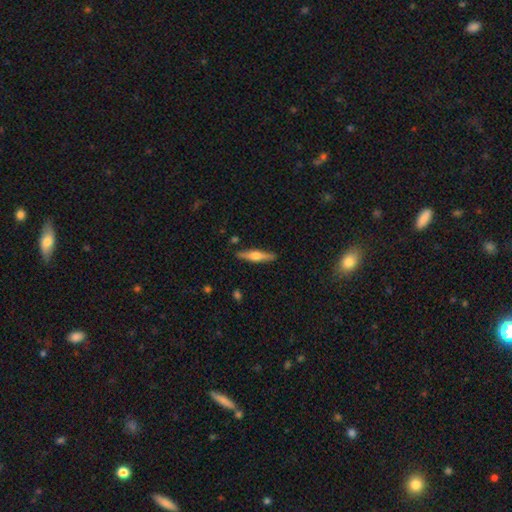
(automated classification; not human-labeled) featured or disk 57%, smooth 37%, star or artifact 6%. Down the decision tree: edge-on disk — yes (96%); edge-on bulge — rounded (90%); merging — none (88%).